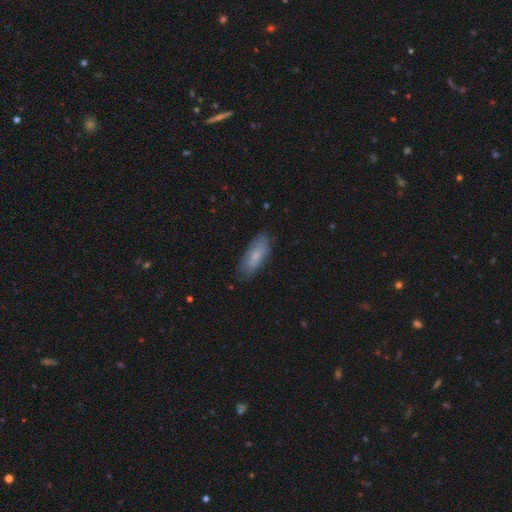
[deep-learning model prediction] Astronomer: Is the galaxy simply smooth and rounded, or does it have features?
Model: smooth — 73%.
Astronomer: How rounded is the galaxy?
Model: in between — 72%.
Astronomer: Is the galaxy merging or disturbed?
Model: none — 77%.